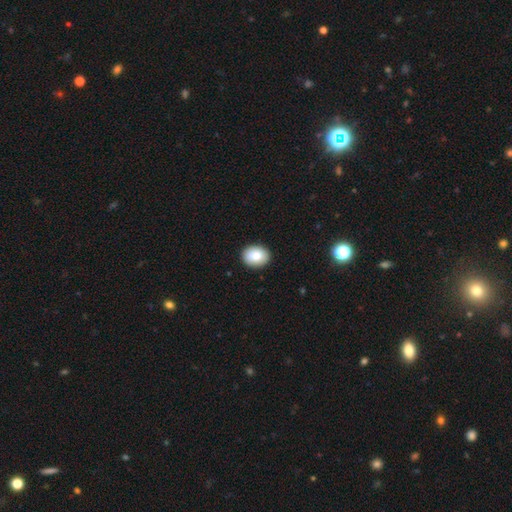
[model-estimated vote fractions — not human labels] A smooth galaxy with no disk features (86%) that is in between round and cigar-shaped (59%).

Vote fractions:
- Smooth or featured? smooth: 86% / star or artifact: 7% / featured or disk: 6%
- How rounded? in between: 59% / round: 40% / cigar-shaped: 1%
- Merging? none: 91% / minor disturbance: 7% / major disturbance: 2% / merger: 1%